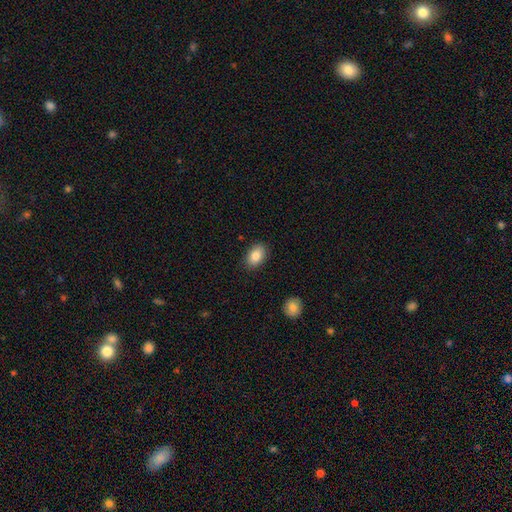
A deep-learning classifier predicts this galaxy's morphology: smooth-or-featured: smooth: 85% | featured or disk: 7% | star or artifact: 7%
  how-rounded: in between: 88% | round: 10% | cigar-shaped: 1%
  merging: none: 87% | minor disturbance: 9% | major disturbance: 2% | merger: 1%